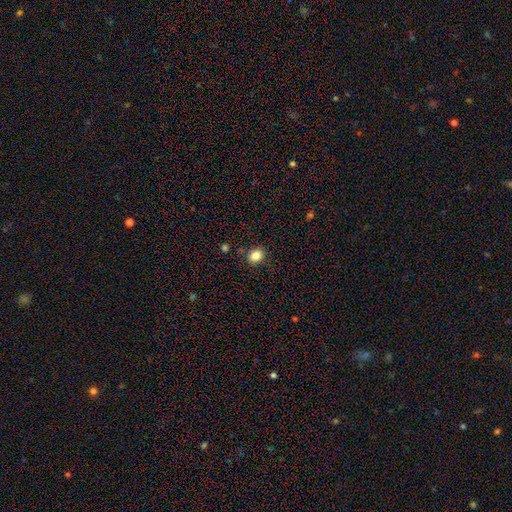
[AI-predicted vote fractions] A smooth galaxy with no disk features (85%) that is round (55%).

Vote fractions:
- Smooth or featured? smooth: 85% / star or artifact: 11% / featured or disk: 5%
- How rounded? round: 55% / in between: 44% / cigar-shaped: 1%
- Merging? none: 85% / minor disturbance: 10% / major disturbance: 3% / merger: 2%